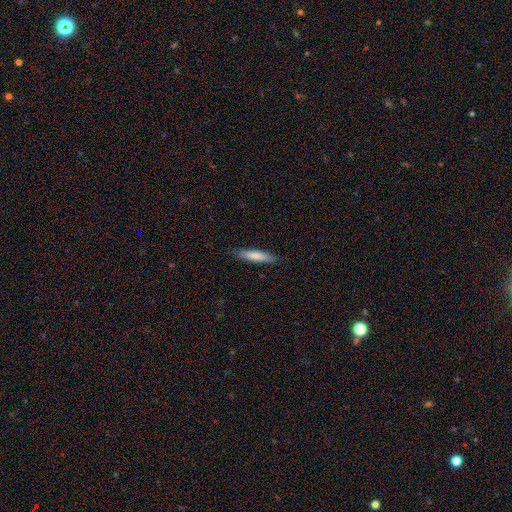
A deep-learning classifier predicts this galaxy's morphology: Overall: smooth (73%). How rounded: cigar-shaped (85%). Merging: none (87%).